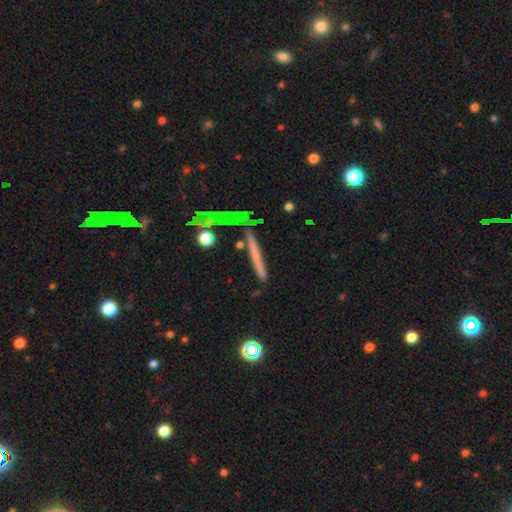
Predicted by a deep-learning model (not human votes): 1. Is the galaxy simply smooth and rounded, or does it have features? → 52% smooth, 37% featured or disk, 12% star or artifact.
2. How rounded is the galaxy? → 91% cigar-shaped, 5% in between, 4% round.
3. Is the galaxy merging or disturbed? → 64% none, 16% minor disturbance, 10% major disturbance, 10% merger.